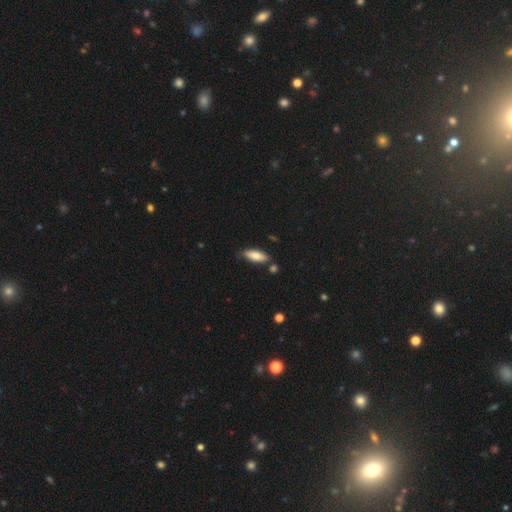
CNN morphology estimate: Smooth or featured?
  - smooth: 78% *
  - featured or disk: 16%
  - star or artifact: 6%
How rounded?
  - in between: 68% *
  - cigar-shaped: 31%
  - round: 2%
Merging?
  - none: 76% *
  - minor disturbance: 16%
  - merger: 5%
  - major disturbance: 3%